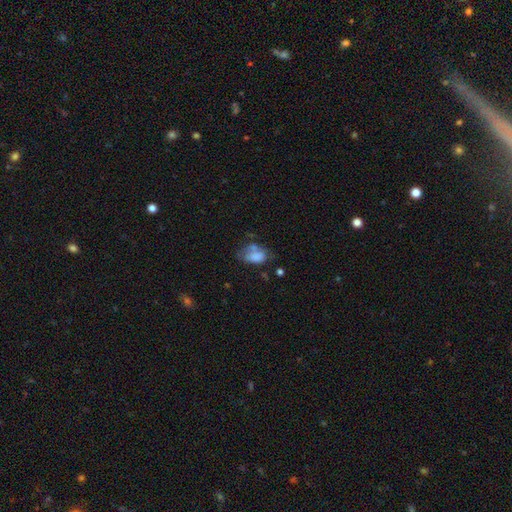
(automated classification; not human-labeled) Smooth or featured: smooth — 69% (featured or disk — 21%)
How rounded: in between — 86% (round — 12%)
Merging: none — 33% (minor disturbance — 28%)